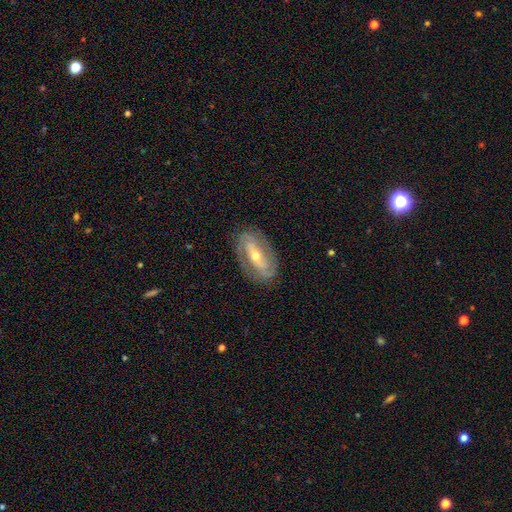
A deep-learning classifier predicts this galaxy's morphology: This is clearly a featured or disk galaxy (82%). It is clearly not viewed edge-on (93%). Bar: marginally strong (45%). Spiral arm pattern: clearly yes (87%). Spiral arm count: likely 2 (80%). Spiral winding: possibly tight (47%). Central bulge: possibly moderate (54%). Merging: clearly none (82%).